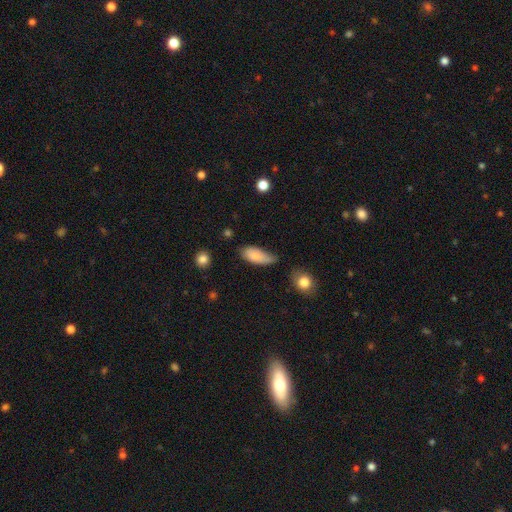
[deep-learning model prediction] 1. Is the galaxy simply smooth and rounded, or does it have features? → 83% smooth, 10% featured or disk, 7% star or artifact.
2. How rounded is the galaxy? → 85% in between, 12% cigar-shaped, 2% round.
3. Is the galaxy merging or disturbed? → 43% minor disturbance, 40% none, 13% major disturbance, 5% merger.